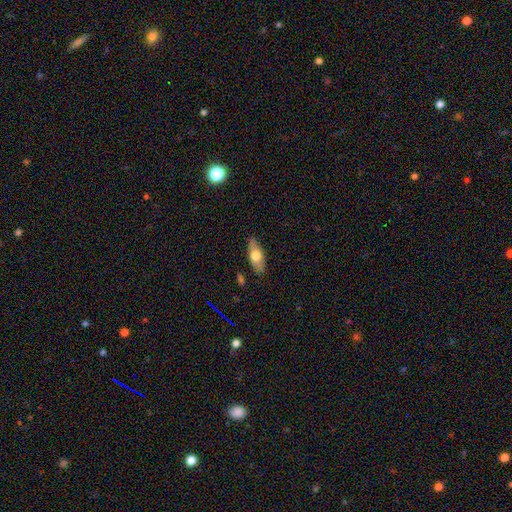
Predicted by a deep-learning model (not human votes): smooth_or_featured: smooth (p=0.61) [alt: featured or disk p=0.32]
how_rounded: in between (p=0.77) [alt: cigar-shaped p=0.19]
merging: none (p=0.85) [alt: minor disturbance p=0.12]